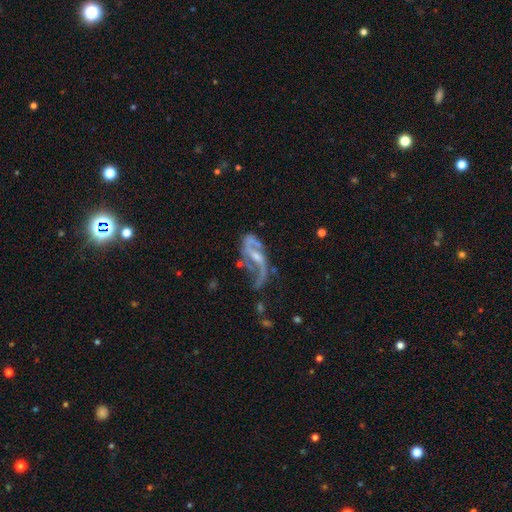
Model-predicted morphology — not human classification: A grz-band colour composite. It shows a featured or disk galaxy (85%) with a weak bar (45%), 2 (82%) loose (72%) spiral arms (89%) and a small central bulge (50%). Merging: none (39%).